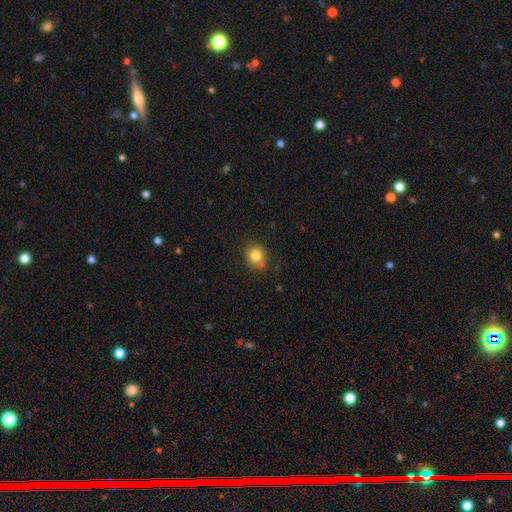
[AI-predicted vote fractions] Morphology: type=smooth (82%); roundness=round (69%); merging=none (79%).